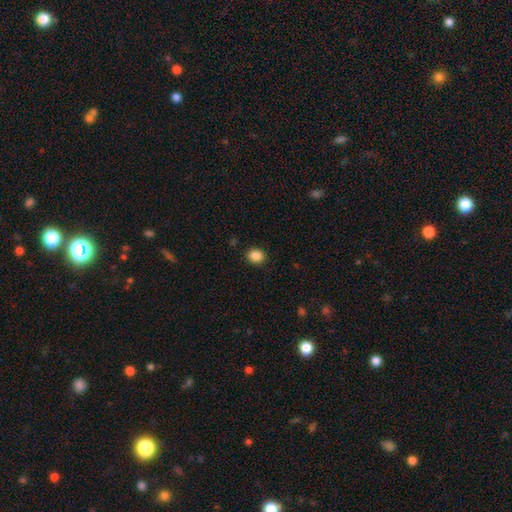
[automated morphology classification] Smooth or featured? smooth (87%)
How rounded? round (69%)
Merging? none (91%)